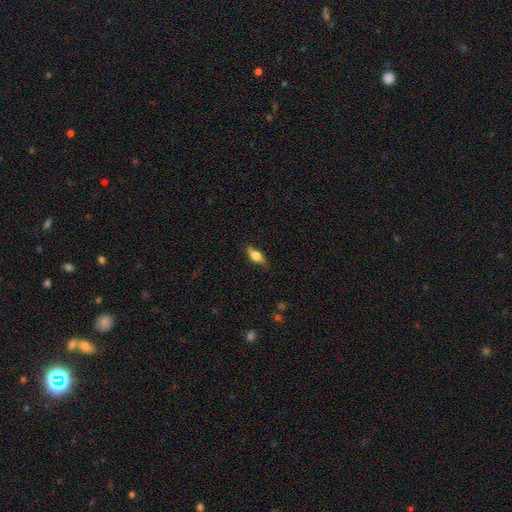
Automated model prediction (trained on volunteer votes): smooth-or-featured: smooth: 58% | featured or disk: 35% | star or artifact: 7%
  how-rounded: in between: 67% | cigar-shaped: 29% | round: 4%
  merging: none: 79% | minor disturbance: 16% | major disturbance: 3% | merger: 1%